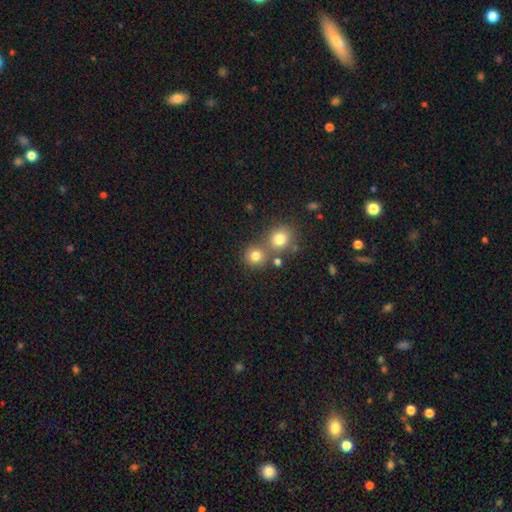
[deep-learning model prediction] A smooth galaxy with no disk features (78%) that is round (88%). Merging: none (60%).